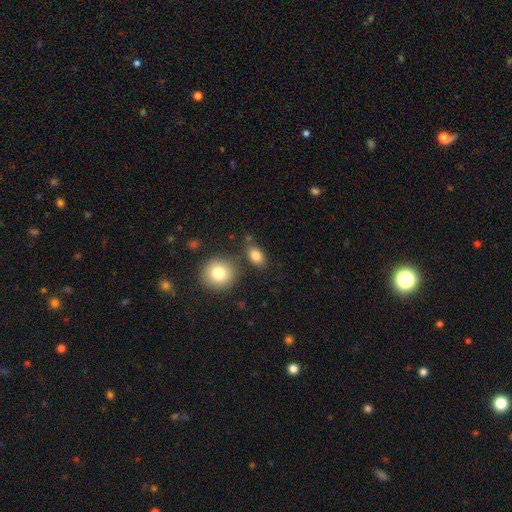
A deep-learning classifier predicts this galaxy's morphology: This appears to be a smooth galaxy with no disk features (83%) that is in between round and cigar-shaped (80%). Merging: none (74%).